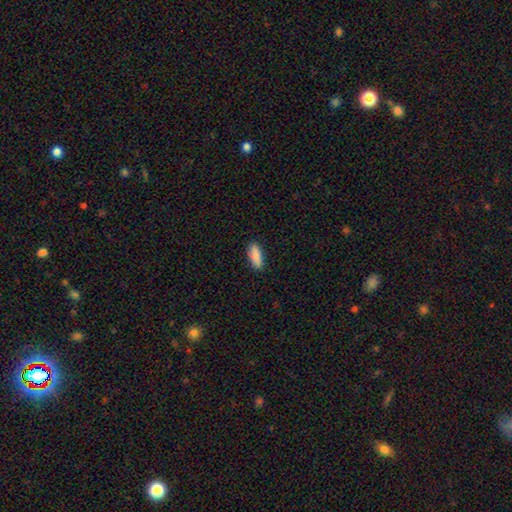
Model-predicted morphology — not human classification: Overall: smooth (88%). How rounded: in between (70%). Merging: none (86%).